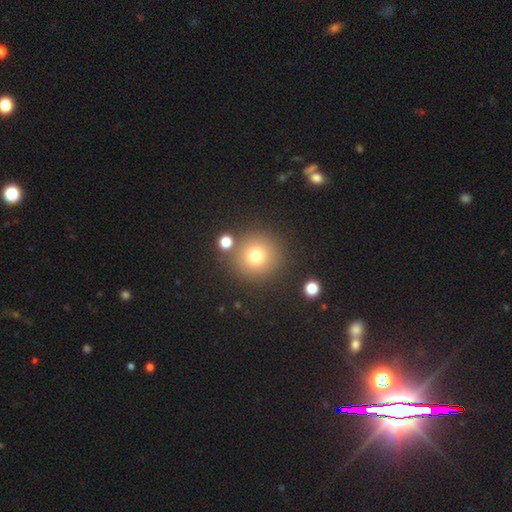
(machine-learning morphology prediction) smooth 76%, star or artifact 14%, featured or disk 10%. Down the decision tree: how rounded — round (94%); merging — none (82%).